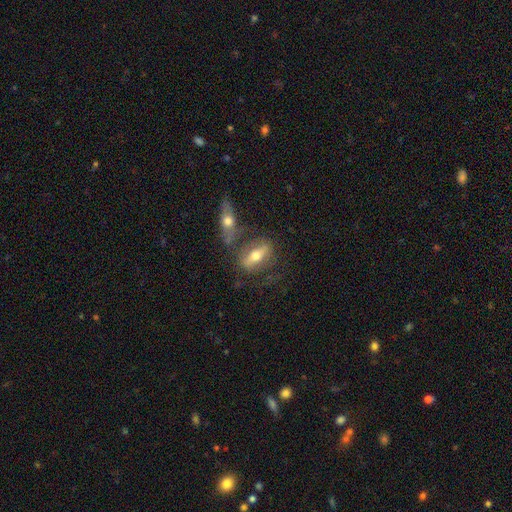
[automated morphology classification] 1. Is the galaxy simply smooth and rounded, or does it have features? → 56% featured or disk, 36% smooth, 8% star or artifact.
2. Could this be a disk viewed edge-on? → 56% yes, 44% no.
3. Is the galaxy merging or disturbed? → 59% none, 20% merger, 13% minor disturbance, 8% major disturbance.